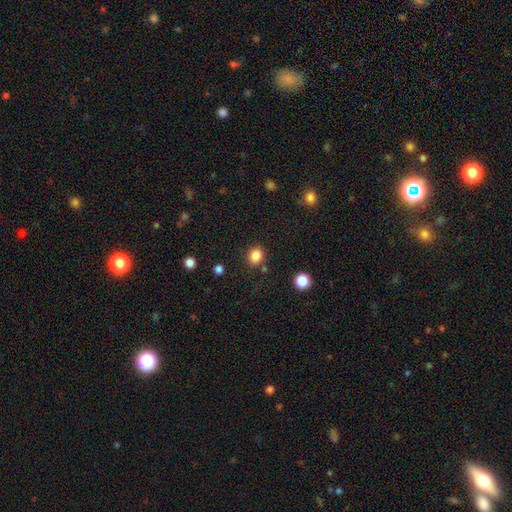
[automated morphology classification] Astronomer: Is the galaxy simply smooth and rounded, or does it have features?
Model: smooth — 85%.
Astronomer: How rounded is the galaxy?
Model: round — 60% (runner-up: in between, 40%).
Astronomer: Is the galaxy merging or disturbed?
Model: none — 82%.